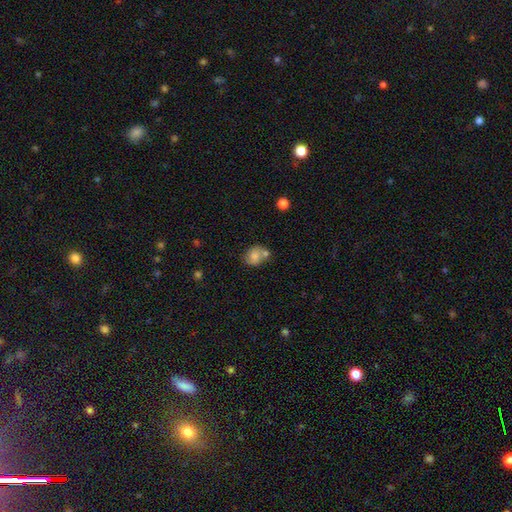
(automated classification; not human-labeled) Smooth or featured? Predicted: smooth (p=0.71). How rounded? Predicted: round (p=0.56). Merging? Predicted: none (p=0.44).